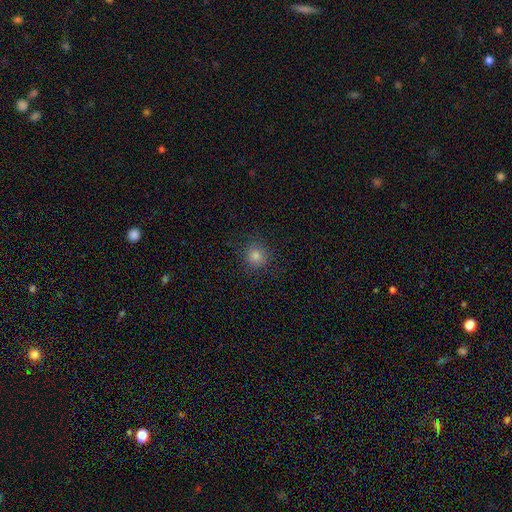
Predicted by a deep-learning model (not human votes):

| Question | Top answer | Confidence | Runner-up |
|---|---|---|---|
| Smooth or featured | smooth | 78% | star or artifact (16%) |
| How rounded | round | 92% | in between (7%) |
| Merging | none | 88% | minor disturbance (8%) |